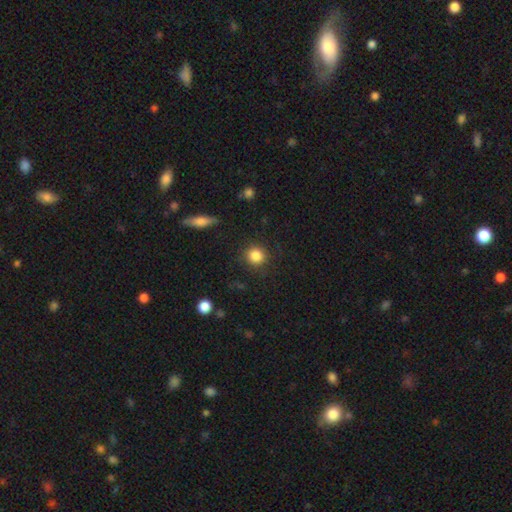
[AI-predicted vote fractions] Overall: smooth (85%). How rounded: round (92%). Merging: none (88%).